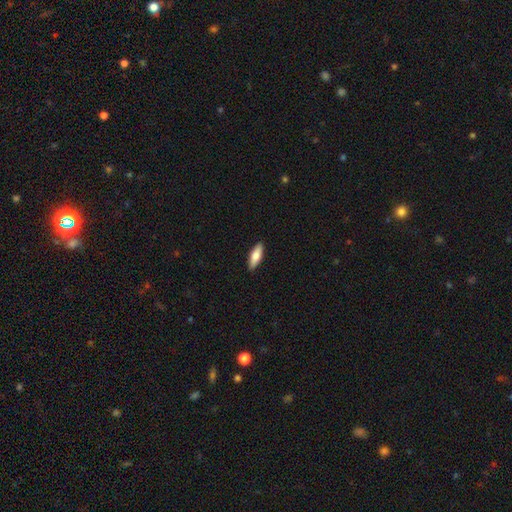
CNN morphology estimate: Smooth or featured?
  - smooth: 71% *
  - featured or disk: 23%
  - star or artifact: 5%
How rounded?
  - in between: 54% *
  - cigar-shaped: 43%
  - round: 2%
Merging?
  - none: 90% *
  - minor disturbance: 7%
  - major disturbance: 1%
  - merger: 1%